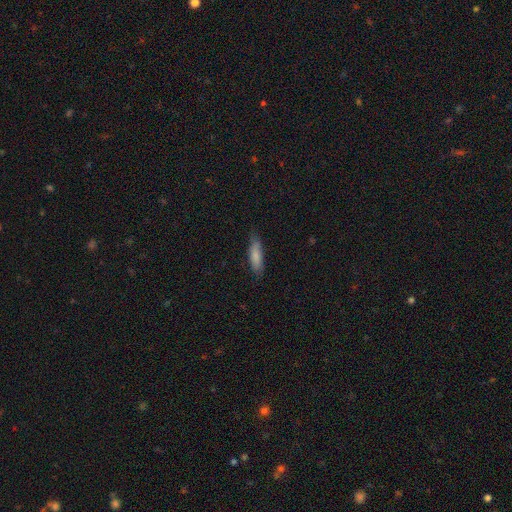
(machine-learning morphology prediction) Overall: smooth (82%). How rounded: cigar-shaped (60%; in between 38%). Merging: none (79%).